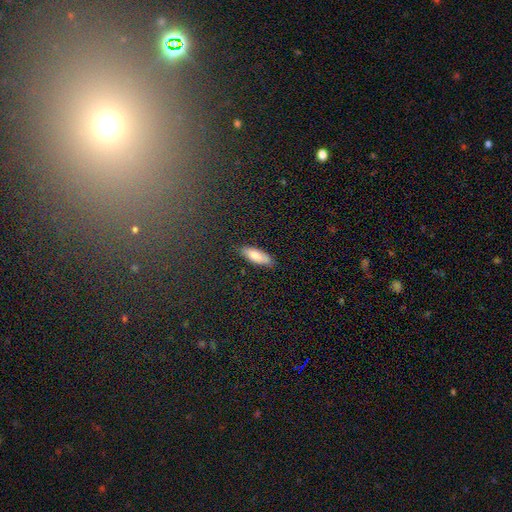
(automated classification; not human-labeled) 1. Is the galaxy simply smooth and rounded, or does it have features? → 83% smooth, 11% featured or disk, 6% star or artifact.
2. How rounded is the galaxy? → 64% in between, 34% cigar-shaped, 2% round.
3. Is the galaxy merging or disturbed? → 85% none, 11% minor disturbance, 2% major disturbance, 1% merger.